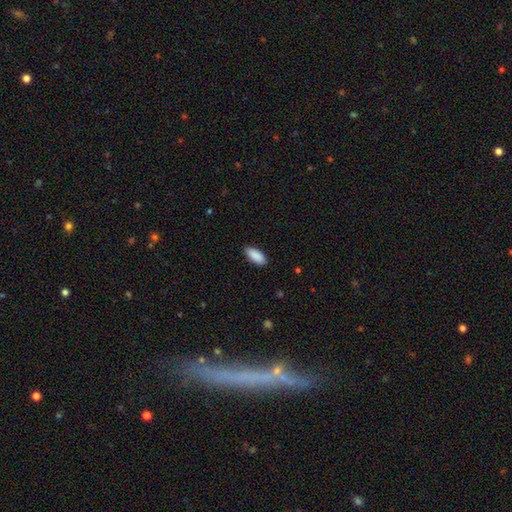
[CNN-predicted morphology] Smooth or featured? Predicted: smooth (p=0.91). How rounded? Predicted: in between (p=0.88). Merging? Predicted: none (p=0.87).